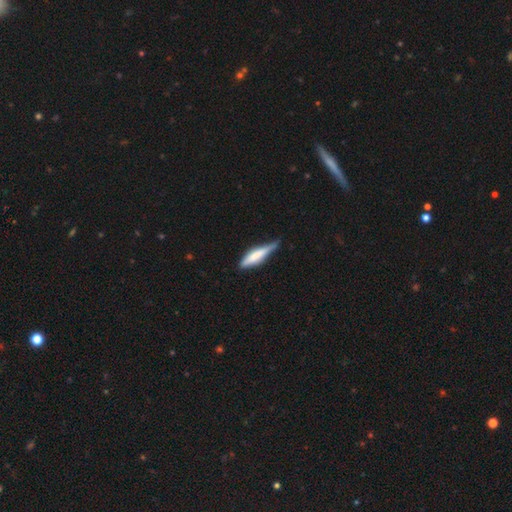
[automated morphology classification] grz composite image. It shows a smooth galaxy with no disk features (59%) that is cigar-shaped (76%). Merging: none (51%).